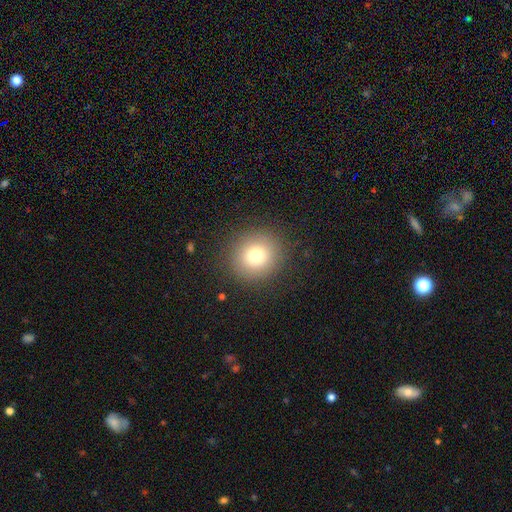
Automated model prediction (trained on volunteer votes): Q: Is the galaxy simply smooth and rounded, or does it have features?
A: smooth — 76%.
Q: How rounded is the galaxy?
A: round — 92%.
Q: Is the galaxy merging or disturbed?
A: none — 89%.